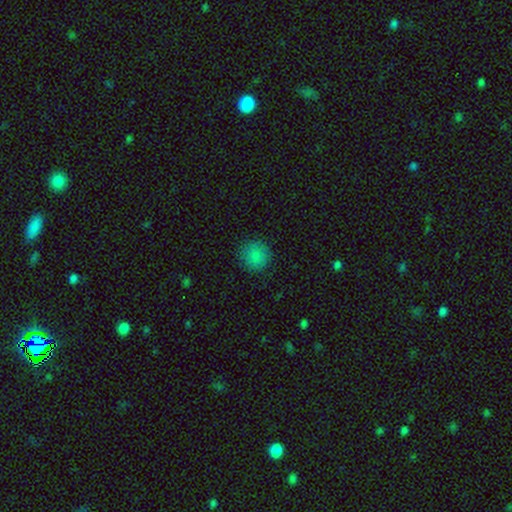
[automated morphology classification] This is clearly a smooth galaxy (85%). How rounded: clearly round (93%). Merging: clearly none (89%).